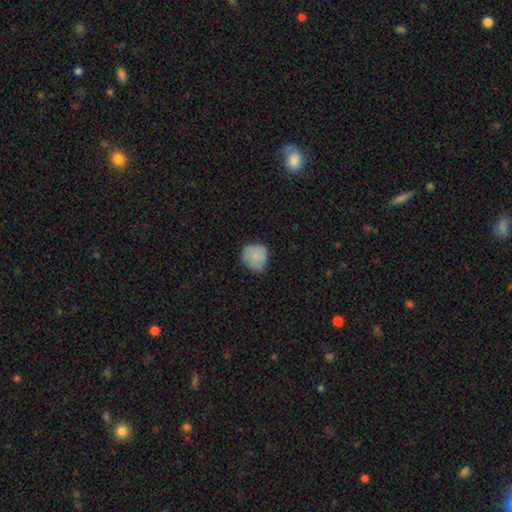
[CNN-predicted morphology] This appears to be a smooth galaxy with no disk features (80%) that is round (83%). Merging: none (71%).